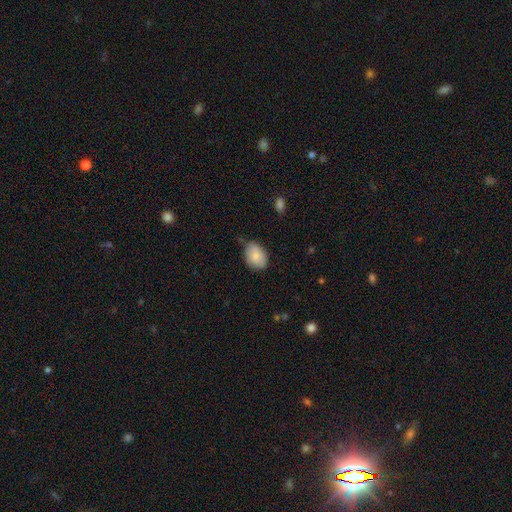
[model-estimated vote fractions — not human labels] This appears to be a smooth galaxy with no disk features (84%) that is in between round and cigar-shaped (72%). Merging: none (56%).